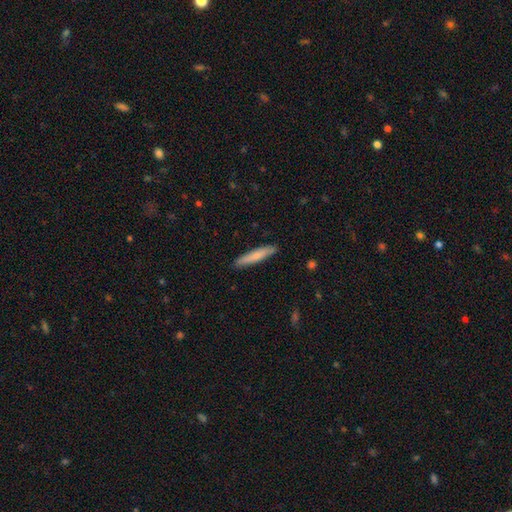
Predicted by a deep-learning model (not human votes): This appears to be a smooth galaxy with no disk features (74%) that is cigar-shaped (92%). Merging: none (89%).